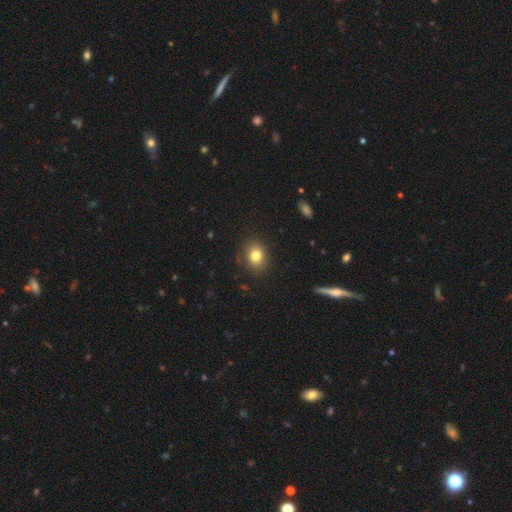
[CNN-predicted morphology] Smooth or featured?
  - smooth: 81% *
  - star or artifact: 10%
  - featured or disk: 9%
How rounded?
  - in between: 50% *
  - round: 49%
  - cigar-shaped: 1%
Merging?
  - none: 85% *
  - minor disturbance: 11%
  - major disturbance: 3%
  - merger: 1%